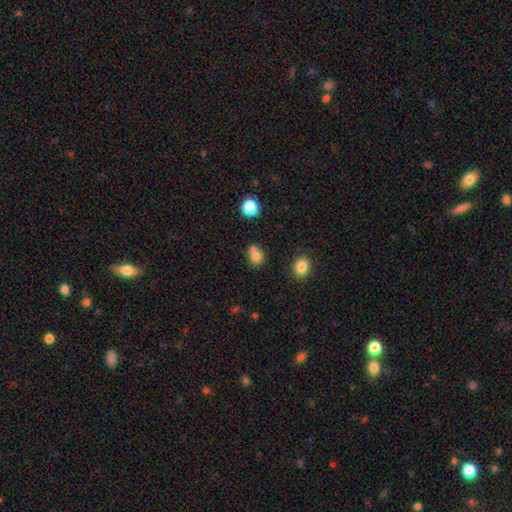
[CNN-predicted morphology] smooth 75%, star or artifact 13%, featured or disk 12%. Down the decision tree: how rounded — round (71%); merging — none (44%).